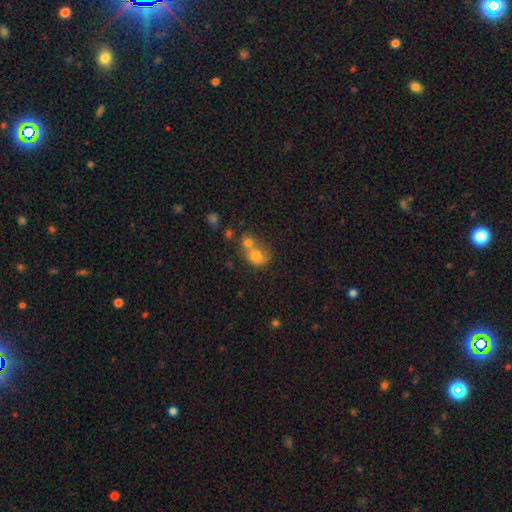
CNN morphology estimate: A smooth galaxy with no disk features (74%) that is round (57%).

Vote fractions:
- Smooth or featured? smooth: 74% / featured or disk: 15% / star or artifact: 11%
- How rounded? round: 57% / in between: 42% / cigar-shaped: 1%
- Merging? merger: 62% / none: 23% / minor disturbance: 9% / major disturbance: 6%